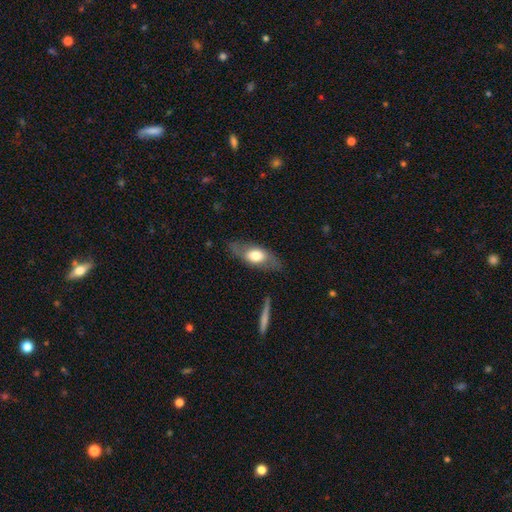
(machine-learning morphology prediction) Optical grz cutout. It shows a smooth galaxy with no disk features (51%) that is in between round and cigar-shaped (81%). Merging: none (72%).